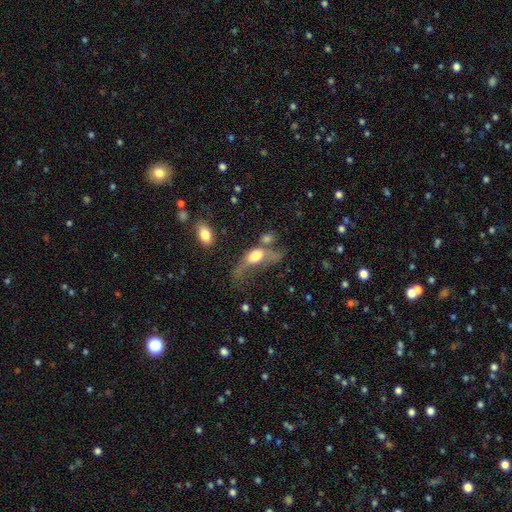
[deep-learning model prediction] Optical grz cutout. It shows a smooth galaxy with no disk features (56%) that is in between round and cigar-shaped (72%). Merging: major disturbance (44%).